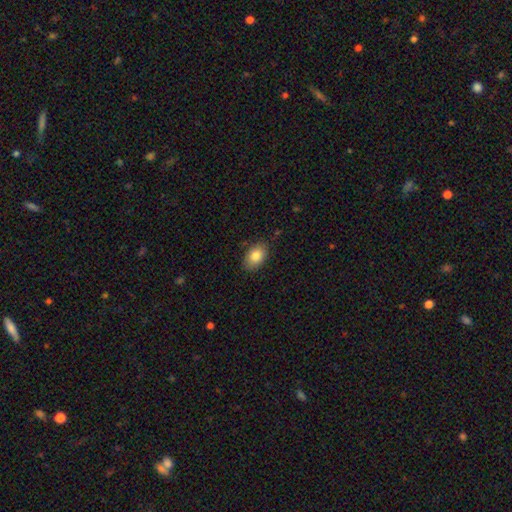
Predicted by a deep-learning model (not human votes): Smooth or featured? Predicted: smooth (p=0.83). How rounded? Predicted: in between (p=0.87). Merging? Predicted: none (p=0.83).